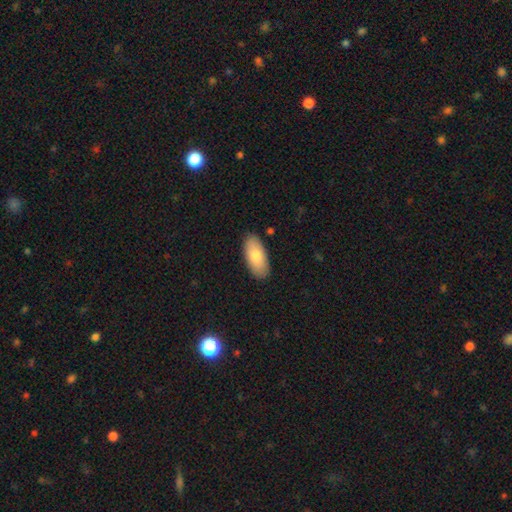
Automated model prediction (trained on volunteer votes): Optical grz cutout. It shows a smooth galaxy with no disk features (79%) that is in between round and cigar-shaped (91%). Merging: none (87%).